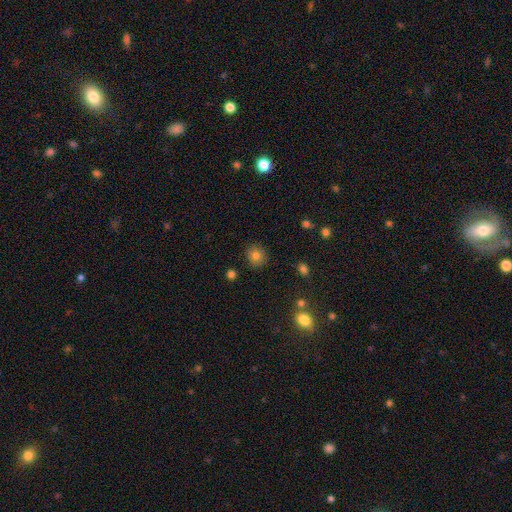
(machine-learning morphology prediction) smooth-or-featured: smooth: 80% | star or artifact: 12% | featured or disk: 8%
  how-rounded: round: 89% | in between: 10% | cigar-shaped: 1%
  merging: none: 89% | minor disturbance: 7% | major disturbance: 2% | merger: 2%